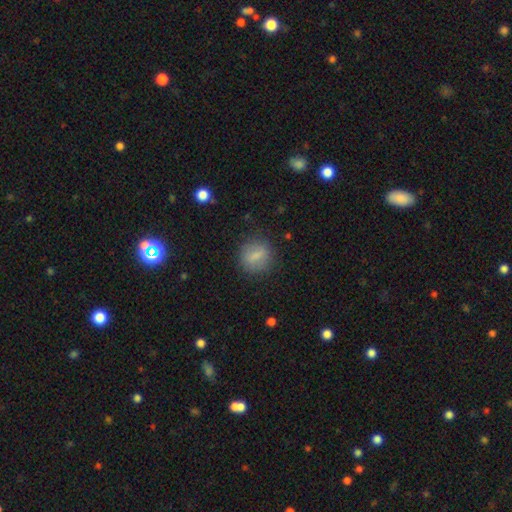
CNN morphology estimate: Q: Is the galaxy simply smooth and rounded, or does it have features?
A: smooth — 75%.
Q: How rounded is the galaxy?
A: round — 73%.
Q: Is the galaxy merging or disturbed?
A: none — 81%.